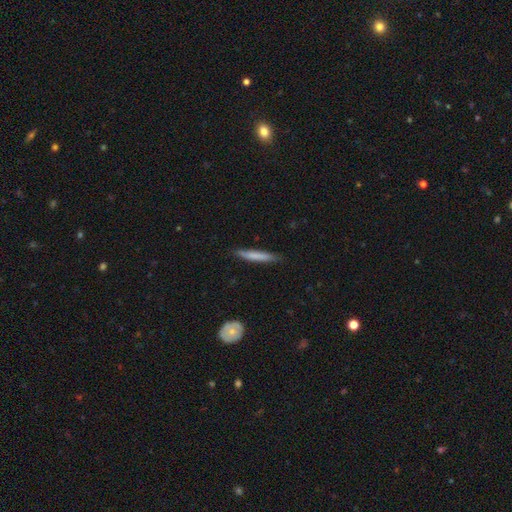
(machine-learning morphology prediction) The model was most divided on "smooth or featured": smooth: 70%, featured or disk: 24%, star or artifact: 5%. More confident: how rounded — cigar-shaped (94%); merging — none (85%).